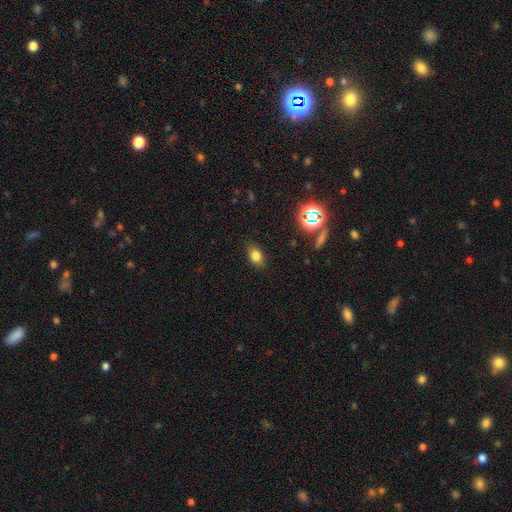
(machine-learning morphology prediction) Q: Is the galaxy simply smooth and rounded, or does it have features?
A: smooth — 76%.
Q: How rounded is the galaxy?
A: in between — 79%.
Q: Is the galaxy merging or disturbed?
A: none — 83%.